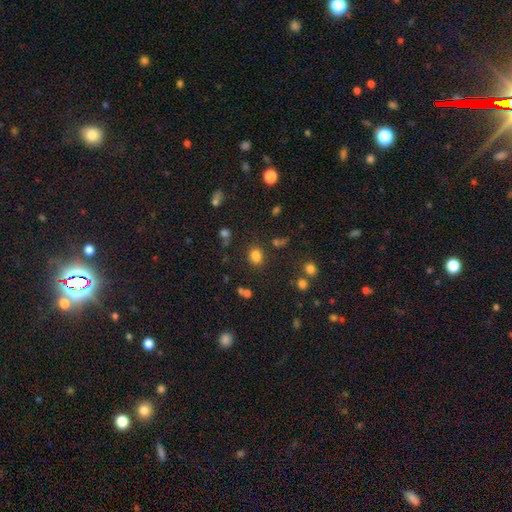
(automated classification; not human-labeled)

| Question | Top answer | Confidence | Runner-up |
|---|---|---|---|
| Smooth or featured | smooth | 79% | star or artifact (16%) |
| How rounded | in between | 51% | round (48%) |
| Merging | none | 78% | minor disturbance (11%) |